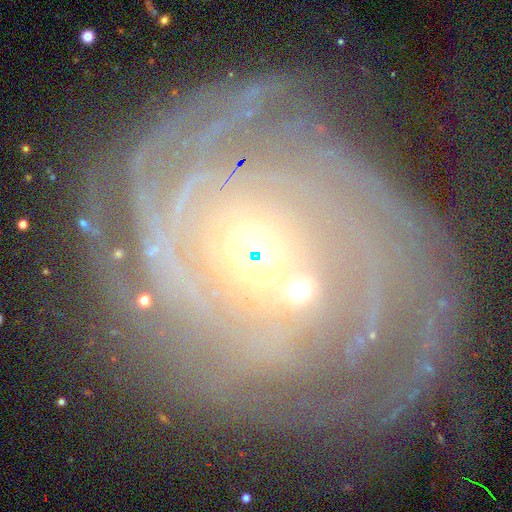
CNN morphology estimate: featured or disk 84%, star or artifact 8%, smooth 7%. Down the decision tree: edge-on disk — no (97%); bar — no (69%); spiral arms — yes (94%); spiral arm count — can't tell (34%); spiral winding — tight (81%); bulge size — moderate (54%); merging — none (65%).